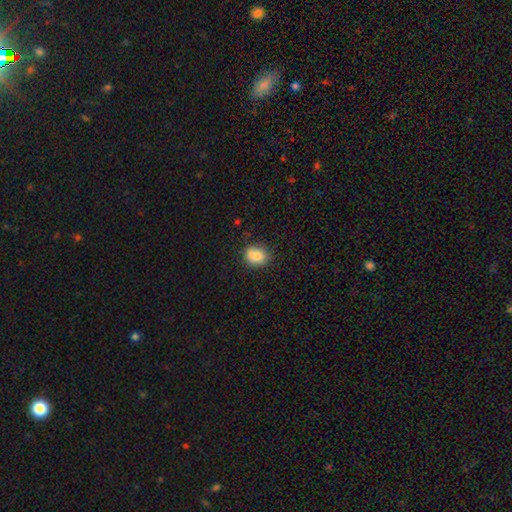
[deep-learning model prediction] smooth 79%, featured or disk 11%, star or artifact 10%. Down the decision tree: how rounded — round (63%); merging — none (61%).